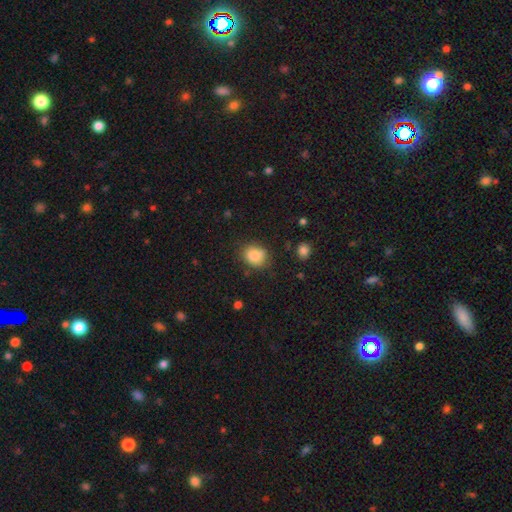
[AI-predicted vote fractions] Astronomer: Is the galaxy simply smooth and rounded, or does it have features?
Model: smooth — 84%.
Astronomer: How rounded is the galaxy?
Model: round — 65%.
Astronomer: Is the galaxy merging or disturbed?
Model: none — 72%.